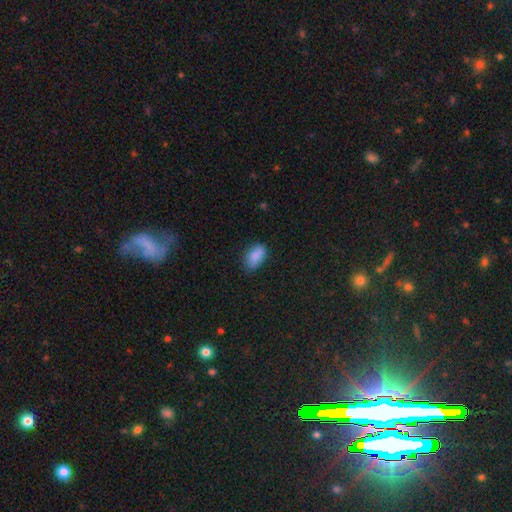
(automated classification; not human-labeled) Overall: smooth (86%). How rounded: in between (90%). Merging: none (70%).